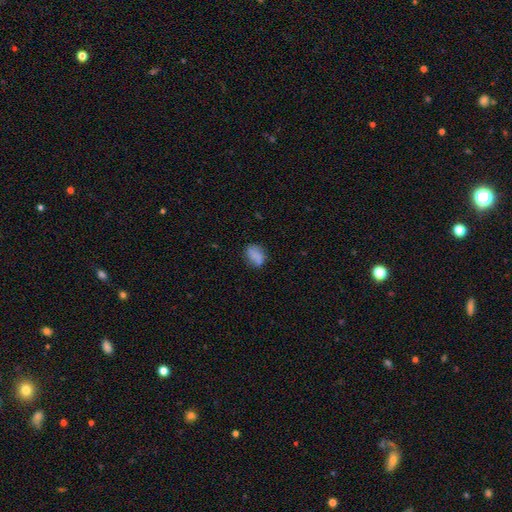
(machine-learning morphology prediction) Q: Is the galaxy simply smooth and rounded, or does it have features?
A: smooth — 76%.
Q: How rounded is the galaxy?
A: in between — 72%.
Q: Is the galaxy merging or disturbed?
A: none — 66%.